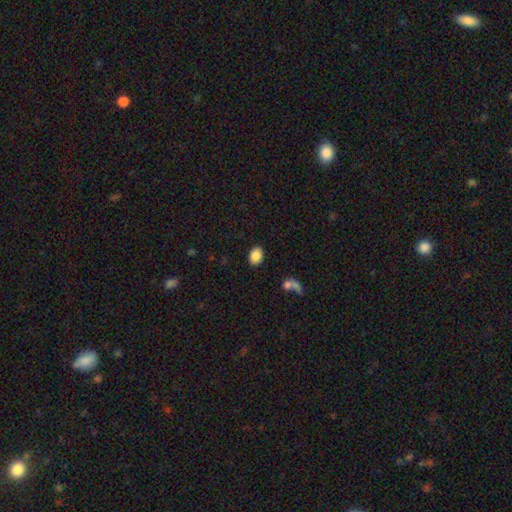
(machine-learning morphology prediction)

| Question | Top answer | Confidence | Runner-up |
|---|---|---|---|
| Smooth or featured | smooth | 87% | star or artifact (8%) |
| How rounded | in between | 79% | round (20%) |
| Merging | none | 86% | minor disturbance (8%) |